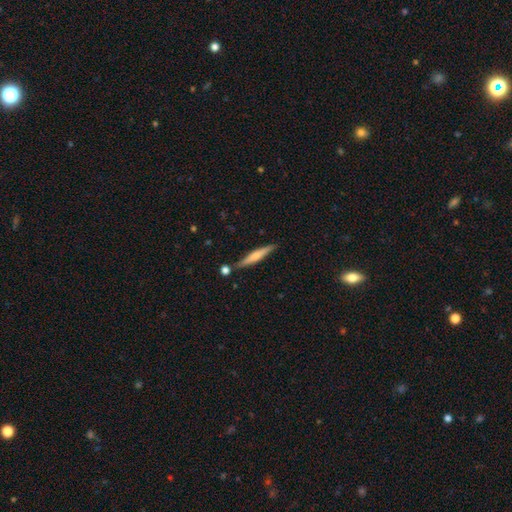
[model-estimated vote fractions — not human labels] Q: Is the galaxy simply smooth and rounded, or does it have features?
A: smooth — 49%.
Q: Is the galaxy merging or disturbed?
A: none — 79%.